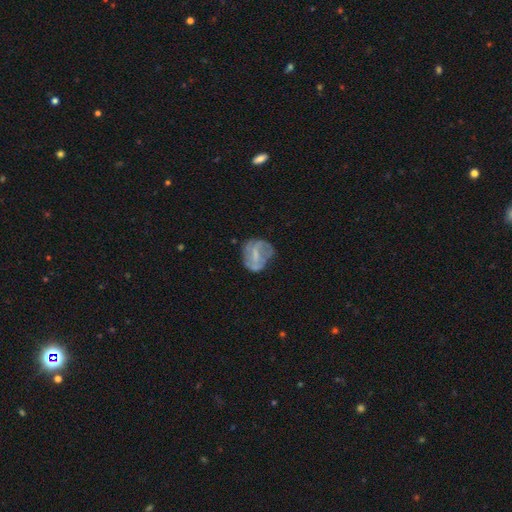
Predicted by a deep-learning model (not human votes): A featured or disk galaxy (57%) with a weak bar (46%), spiral arms (55%) and no central bulge (35%, tied with small).

Vote fractions:
- Smooth or featured? featured or disk: 57% / smooth: 34% / star or artifact: 8%
- Edge-on disk? no: 97% / yes: 3%
- Bar? weak: 46% / no: 34% / strong: 20%
- Spiral arms? yes: 55% / no: 45%
- Bulge size? none: 35% (tied) / small: 35% (tied) / moderate: 27% / large: 3% / dominant: 1%
- Merging? none: 54% / minor disturbance: 26% / major disturbance: 17% / merger: 3%